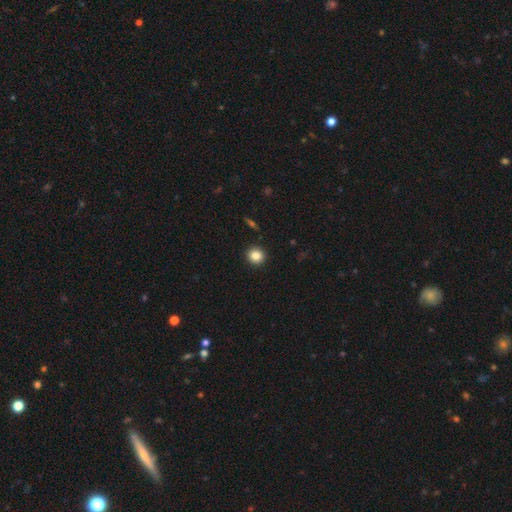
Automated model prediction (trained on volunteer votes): The model was most divided on "smooth or featured": smooth: 85%, star or artifact: 10%, featured or disk: 5%. More confident: merging — none (92%); how rounded — round (88%).